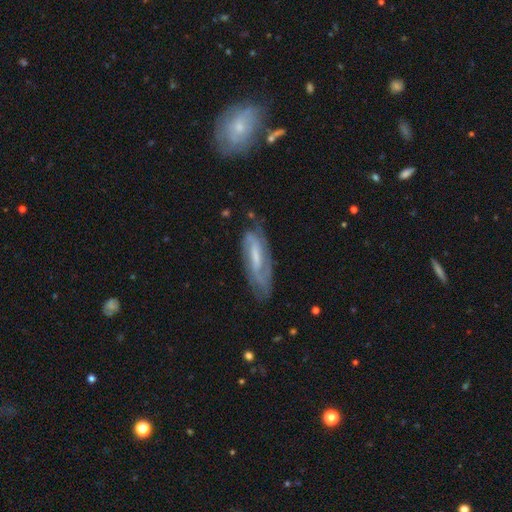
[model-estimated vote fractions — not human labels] Smooth or featured: featured or disk — 73% (smooth — 20%)
Edge-on disk: no — 81% (yes — 19%)
Bar: weak — 45% (strong — 31%)
Spiral arms: yes — 88% (no — 12%)
Spiral winding: tight — 43% (medium — 40%)
Spiral arm count: 2 — 55% (can't tell — 28%)
Bulge size: small — 42% (moderate — 33%)
Merging: none — 66% (minor disturbance — 22%)